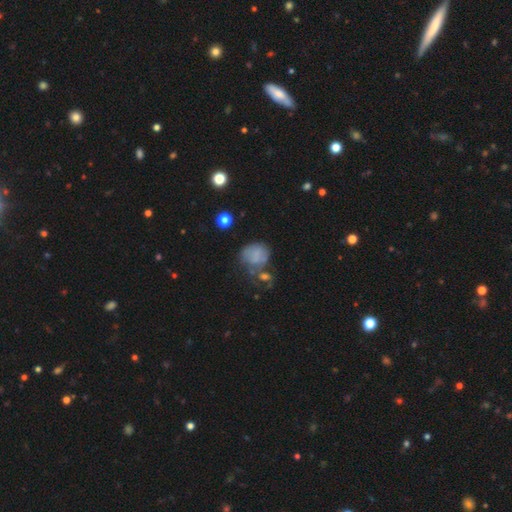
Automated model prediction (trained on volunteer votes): Smooth or featured? smooth (63%)
How rounded? round (63%)
Merging? none (38%)